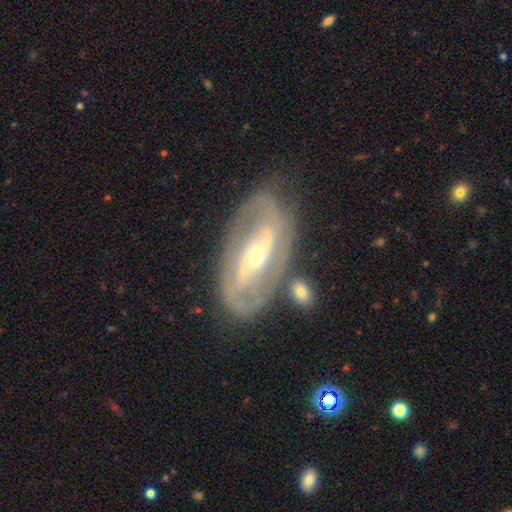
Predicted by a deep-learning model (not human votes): Overall: featured or disk (86%). Edge-on disk: no (93%). Bar: strong (51%; weak 29%). Spiral arms: yes (86%). Spiral arm count: 2 (77%). Spiral winding: tight (44%; medium 40%). Bulge size: small (59%; moderate 37%). Merging: none (72%).